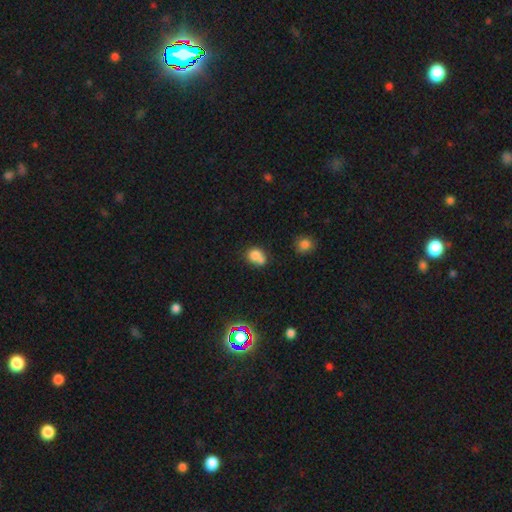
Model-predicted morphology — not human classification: The model was most divided on "merging": merger: 45%, none: 36%, minor disturbance: 13%, major disturbance: 6%. More confident: smooth or featured — smooth (75%); how rounded — round (64%).